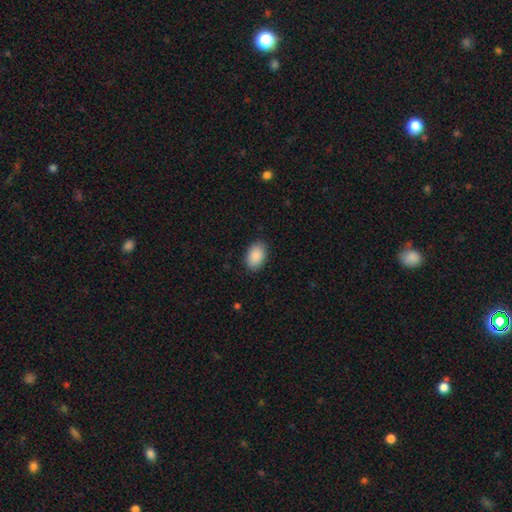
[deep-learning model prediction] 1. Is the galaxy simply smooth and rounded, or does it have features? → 91% smooth, 6% star or artifact, 3% featured or disk.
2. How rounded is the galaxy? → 90% in between, 9% round, 1% cigar-shaped.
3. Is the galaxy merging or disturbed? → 88% none, 9% minor disturbance, 2% major disturbance, 1% merger.